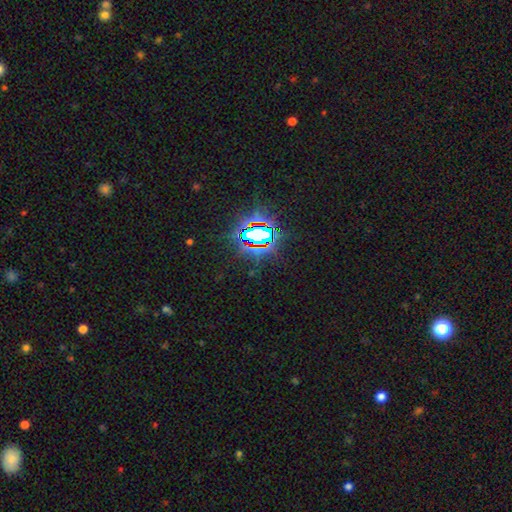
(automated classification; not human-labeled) Smooth or featured? star or artifact (80%)